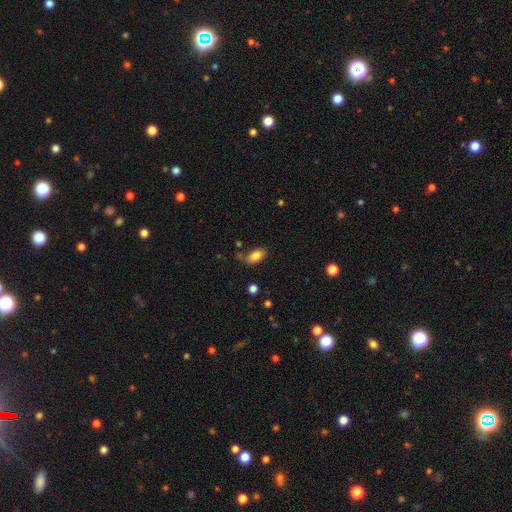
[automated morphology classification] smooth 83%, star or artifact 8%, featured or disk 8%. Down the decision tree: how rounded — in between (91%); merging — none (66%).